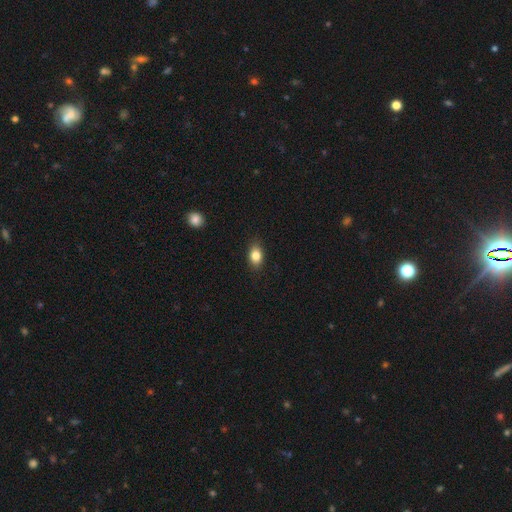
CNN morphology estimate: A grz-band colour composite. It shows a smooth galaxy with no disk features (83%) that is in between round and cigar-shaped (79%). Merging: none (86%).